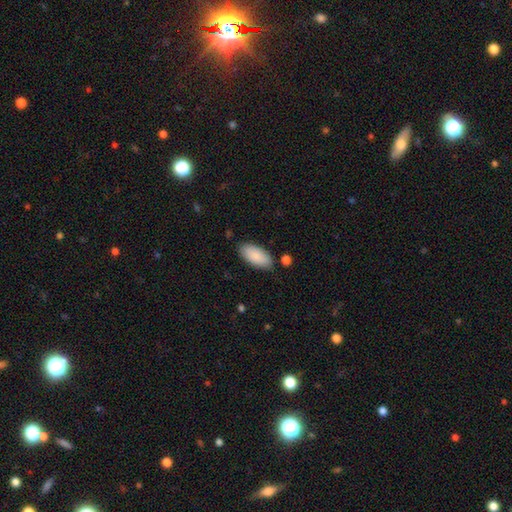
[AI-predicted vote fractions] Q: Smooth or featured?
A: smooth (89%); runner-up: star or artifact (6%)
Q: How rounded?
A: in between (90%); runner-up: cigar-shaped (8%)
Q: Merging?
A: none (82%); runner-up: minor disturbance (13%)